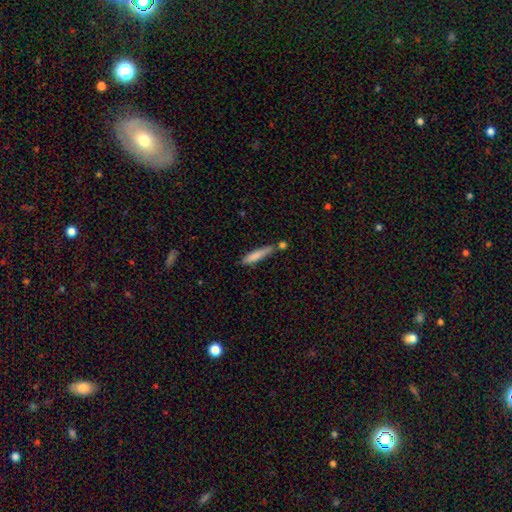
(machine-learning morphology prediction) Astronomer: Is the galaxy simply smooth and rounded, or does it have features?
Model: smooth — 78%.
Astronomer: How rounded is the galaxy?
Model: cigar-shaped — 88%.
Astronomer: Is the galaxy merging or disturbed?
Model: none — 61%.